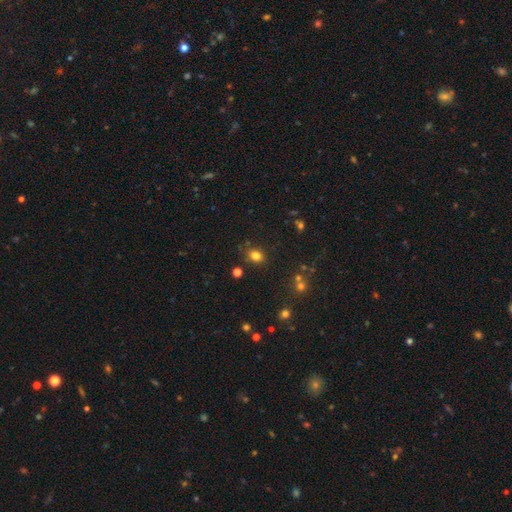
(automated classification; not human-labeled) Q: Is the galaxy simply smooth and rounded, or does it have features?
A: smooth — 79%.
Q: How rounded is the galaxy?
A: round — 53%.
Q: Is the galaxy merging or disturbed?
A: none — 78%.